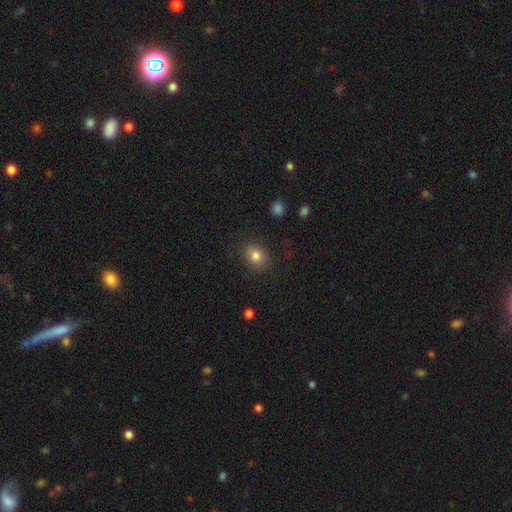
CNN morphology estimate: Overall: smooth (81%). How rounded: in between (50%; round 49%). Merging: none (85%).